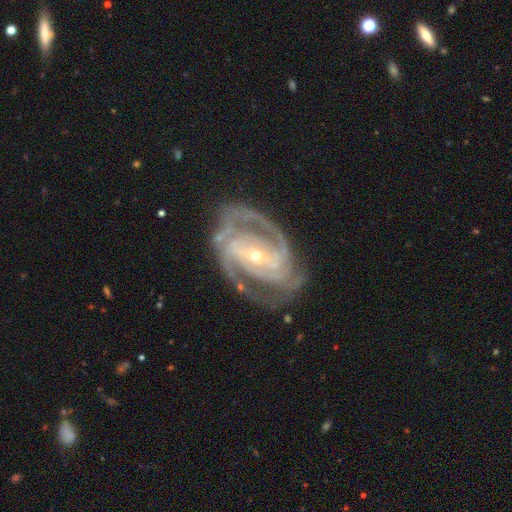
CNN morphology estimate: Smooth or featured: featured or disk — 92% (star or artifact — 5%)
Edge-on disk: no — 97% (yes — 3%)
Bar: strong — 37% (weak — 34%)
Spiral arms: yes — 98% (no — 2%)
Spiral winding: tight — 52% (medium — 42%)
Spiral arm count: 2 — 46% (3 — 27%)
Bulge size: small — 75% (moderate — 21%)
Merging: none — 68% (minor disturbance — 19%)